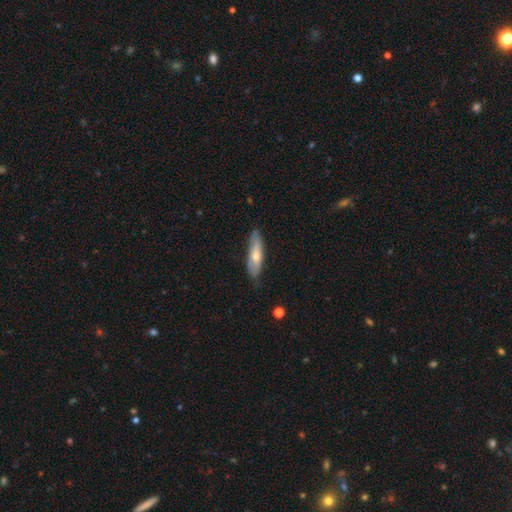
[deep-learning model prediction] This is possibly a smooth galaxy (55%). How rounded: likely cigar-shaped (61%). Merging: likely none (75%).